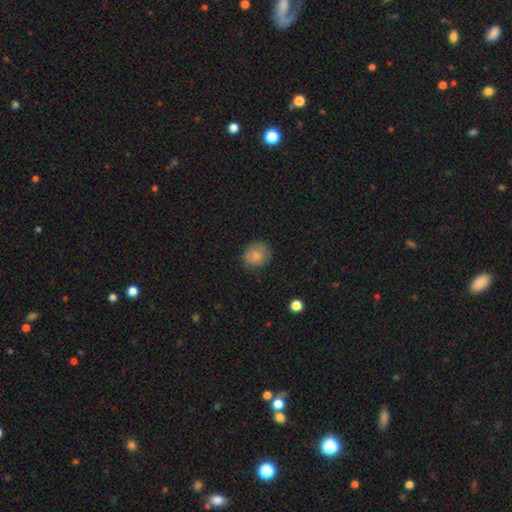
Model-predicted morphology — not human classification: Smooth or featured? Predicted: smooth (p=0.80). How rounded? Predicted: round (p=0.82). Merging? Predicted: none (p=0.78).